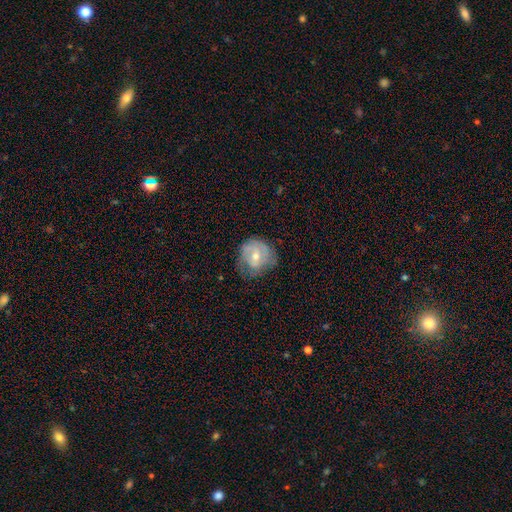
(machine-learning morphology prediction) Smooth or featured?
  - featured or disk: 49% *
  - smooth: 44%
  - star or artifact: 7%
Merging?
  - none: 55% *
  - minor disturbance: 30%
  - major disturbance: 14%
  - merger: 1%